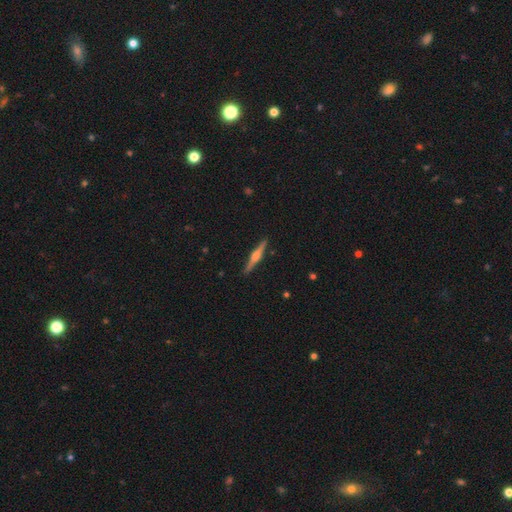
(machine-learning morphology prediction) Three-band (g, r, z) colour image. It shows a featured or disk galaxy (79%) viewed edge-on (98%) with a rounded central bulge (90%). Merging: none (92%).